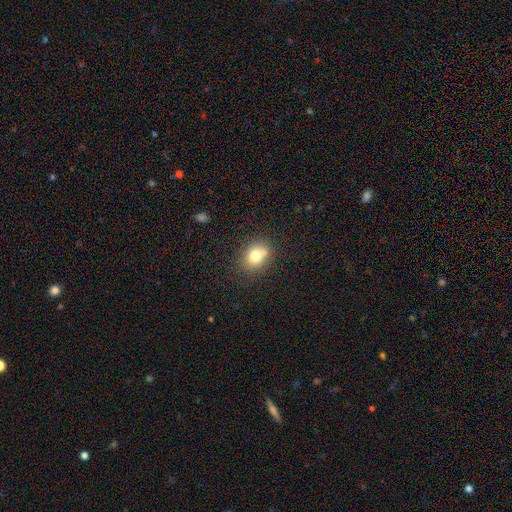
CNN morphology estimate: Q: Smooth or featured?
A: smooth (74%); runner-up: featured or disk (15%)
Q: How rounded?
A: round (55%); runner-up: in between (44%)
Q: Merging?
A: none (60%); runner-up: merger (22%)